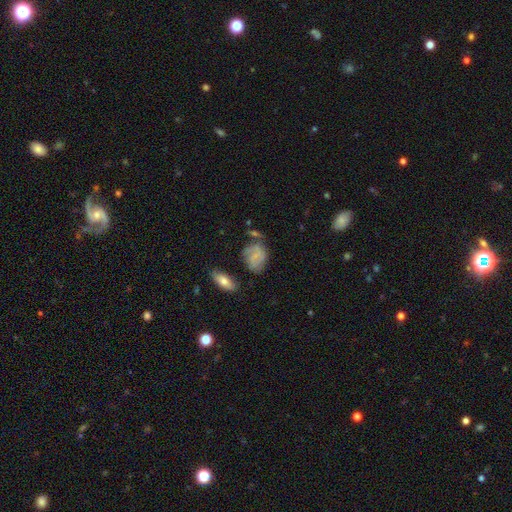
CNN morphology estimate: Overall: featured or disk (49%; smooth 41%). Merging: none (47%; minor disturbance 26%).